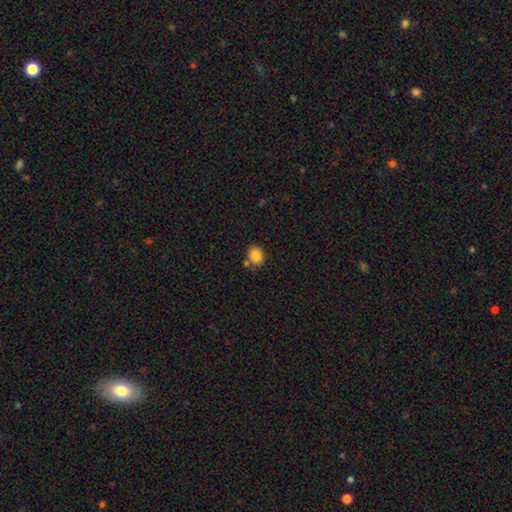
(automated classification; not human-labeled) Smooth or featured? Predicted: smooth (p=0.86). How rounded? Predicted: round (p=0.53). Merging? Predicted: none (p=0.69).